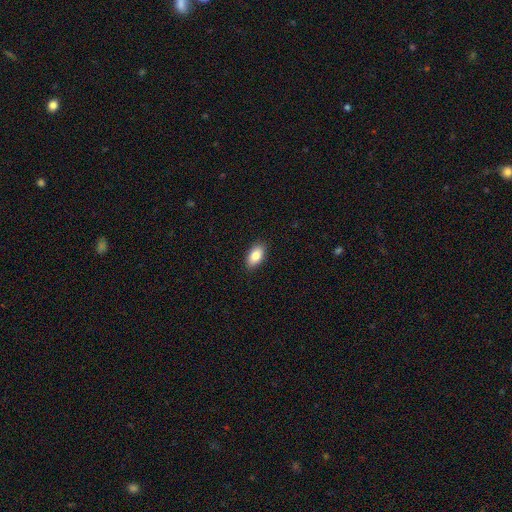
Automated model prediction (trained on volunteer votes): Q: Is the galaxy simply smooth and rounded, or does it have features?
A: smooth — 85%.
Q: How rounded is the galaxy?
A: in between — 93%.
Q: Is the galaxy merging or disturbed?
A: none — 89%.